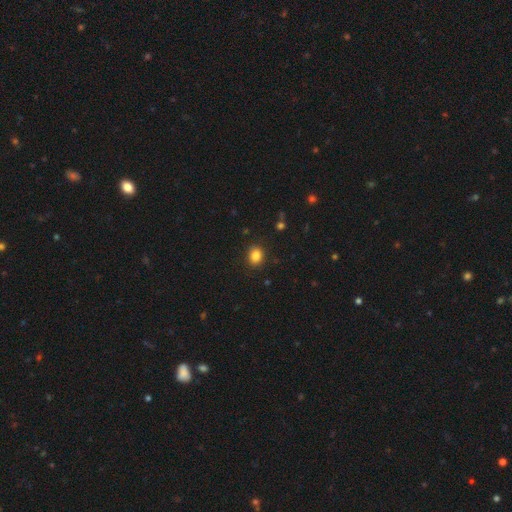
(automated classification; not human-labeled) Q: Smooth or featured?
A: smooth (85%); runner-up: star or artifact (10%)
Q: How rounded?
A: round (51%); runner-up: in between (48%)
Q: Merging?
A: none (87%); runner-up: minor disturbance (9%)